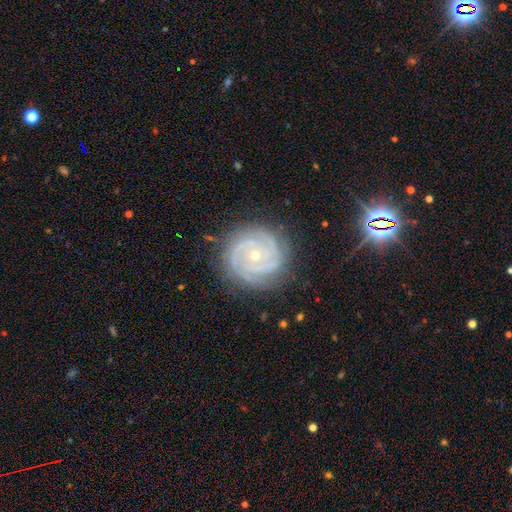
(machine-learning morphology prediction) Overall: featured or disk (88%). Edge-on disk: no (98%). Bar: no (77%). Spiral arms: yes (98%). Spiral arm count: 3 (34%; 2 25%). Spiral winding: tight (83%). Bulge size: small (72%). Merging: none (83%).